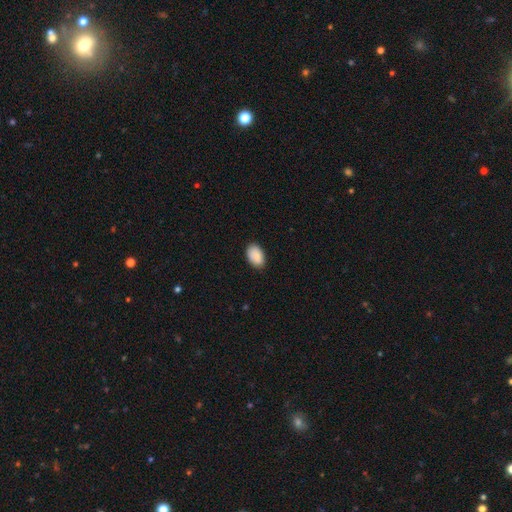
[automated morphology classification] smooth-or-featured: smooth: 88% | star or artifact: 6% | featured or disk: 5%
  how-rounded: in between: 91% | round: 7% | cigar-shaped: 1%
  merging: none: 85% | minor disturbance: 12% | major disturbance: 2% | merger: 1%